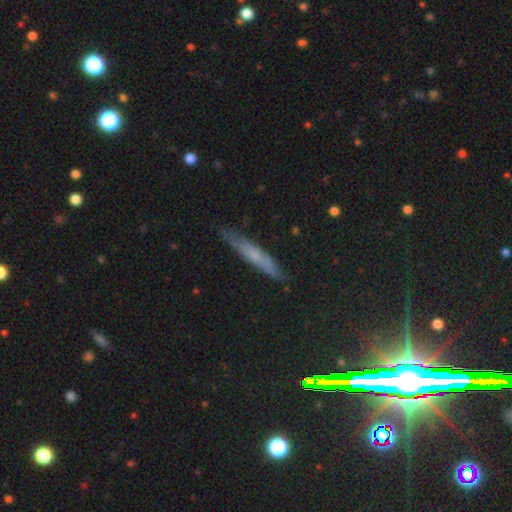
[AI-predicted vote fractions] This appears to be a smooth galaxy with no disk features (45%). Merging: none (83%).